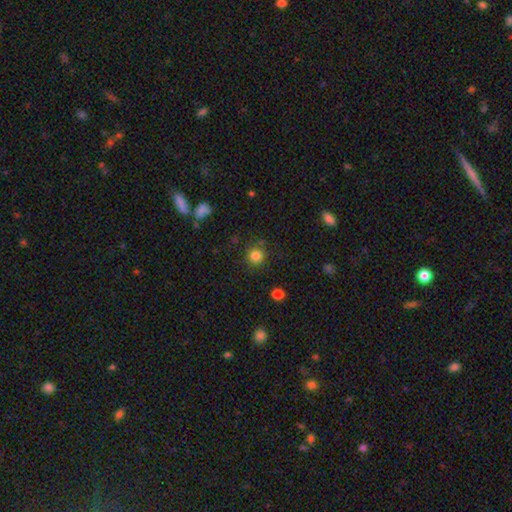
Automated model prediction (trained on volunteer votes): Q: Smooth or featured?
A: smooth (82%); runner-up: star or artifact (13%)
Q: How rounded?
A: round (91%); runner-up: in between (8%)
Q: Merging?
A: none (83%); runner-up: minor disturbance (11%)